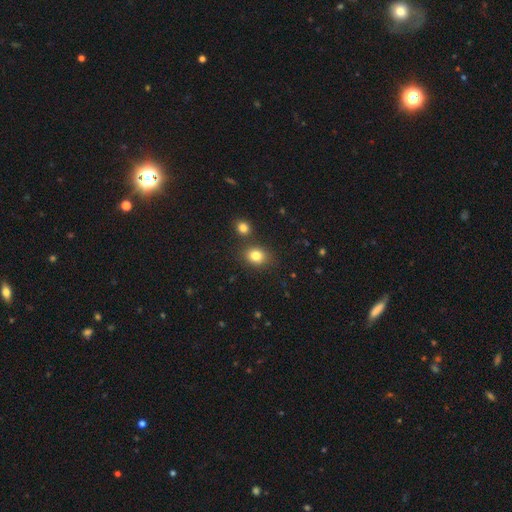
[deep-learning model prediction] This appears to be a smooth galaxy with no disk features (82%) that is round (53%). Merging: none (75%).